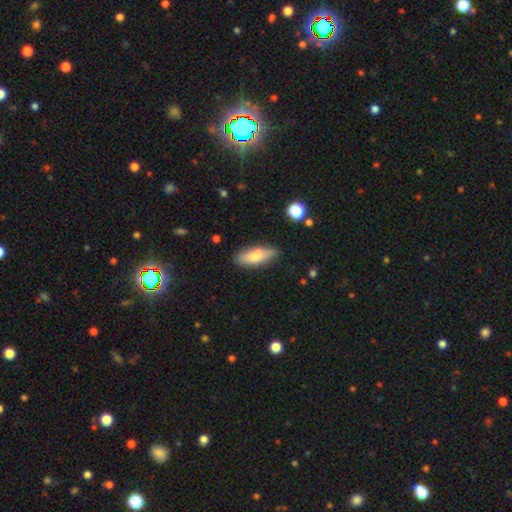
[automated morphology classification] Q: Smooth or featured?
A: smooth (70%); runner-up: featured or disk (23%)
Q: How rounded?
A: in between (64%); runner-up: cigar-shaped (33%)
Q: Merging?
A: none (70%); runner-up: minor disturbance (21%)